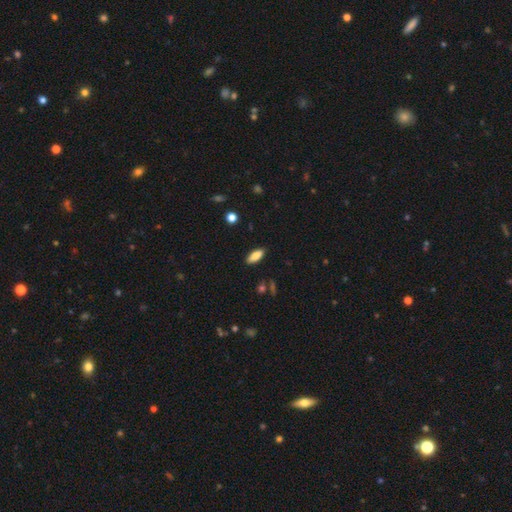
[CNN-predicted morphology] A smooth galaxy with no disk features (84%) that is in between round and cigar-shaped (77%). Merging: none (87%).